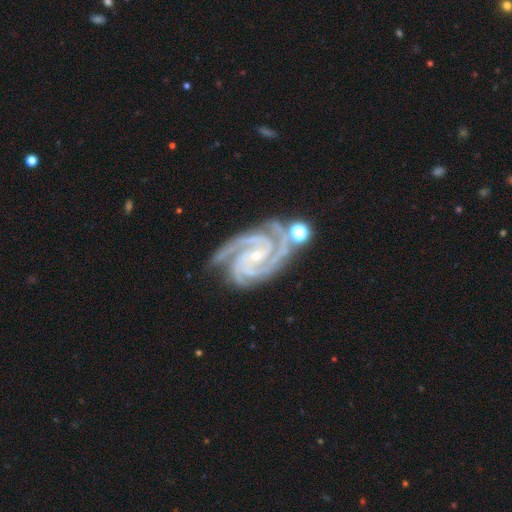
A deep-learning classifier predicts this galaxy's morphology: Smooth or featured? featured or disk (94%)
Edge-on disk? no (98%)
Bar? no (51%)
Spiral arms? yes (99%)
Spiral winding? tight (72%)
Spiral arm count? 3 (52%)
Bulge size? small (80%)
Merging? none (68%)